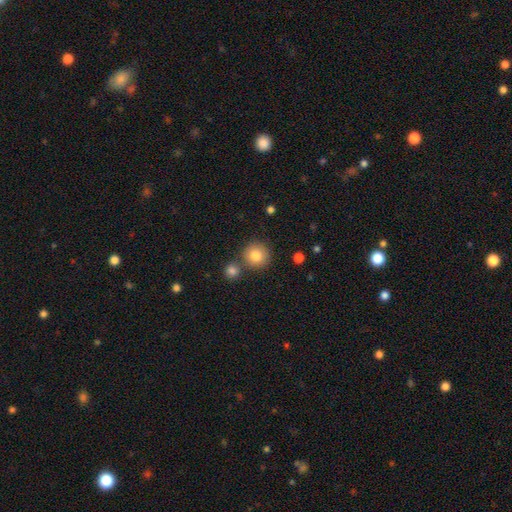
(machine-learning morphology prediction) Q: Smooth or featured?
A: smooth (82%); runner-up: star or artifact (10%)
Q: How rounded?
A: round (92%); runner-up: in between (7%)
Q: Merging?
A: none (74%); runner-up: merger (15%)